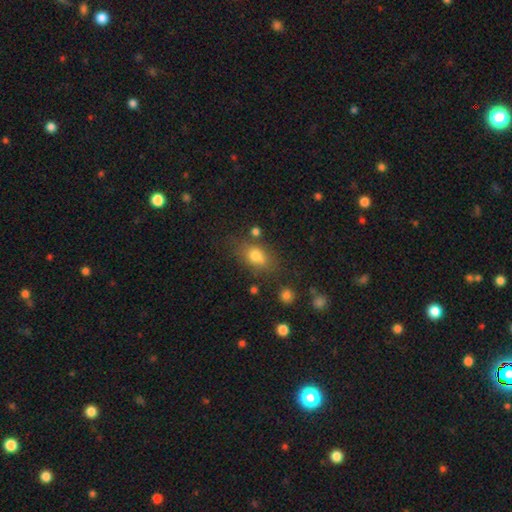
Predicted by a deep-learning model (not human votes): This appears to be a smooth galaxy with no disk features (76%) that is in between round and cigar-shaped (72%). Merging: none (62%).